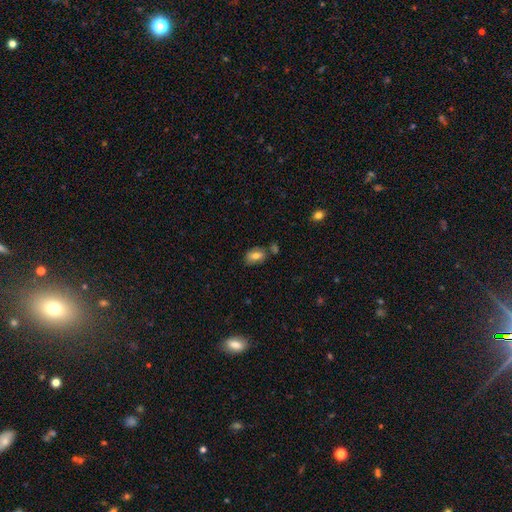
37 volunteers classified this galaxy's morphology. Volunteers were most divided on "merging": none: 50%, merger: 25%, minor disturbance: 22%, major disturbance: 3%. More confident: smooth or featured — smooth (84%); how rounded — in between (71%).